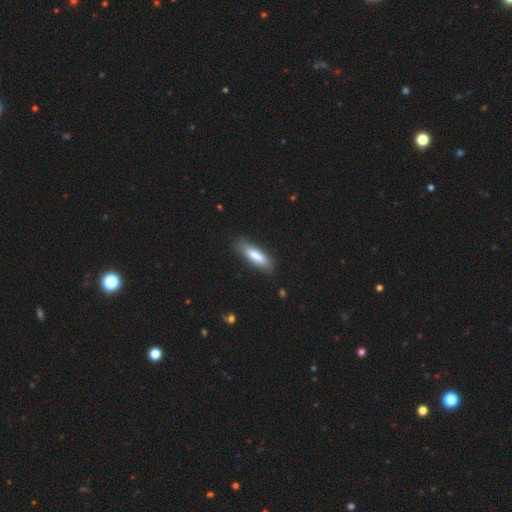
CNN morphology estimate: Q: Smooth or featured?
A: smooth (80%); runner-up: featured or disk (14%)
Q: How rounded?
A: cigar-shaped (59%); runner-up: in between (40%)
Q: Merging?
A: none (83%); runner-up: minor disturbance (13%)